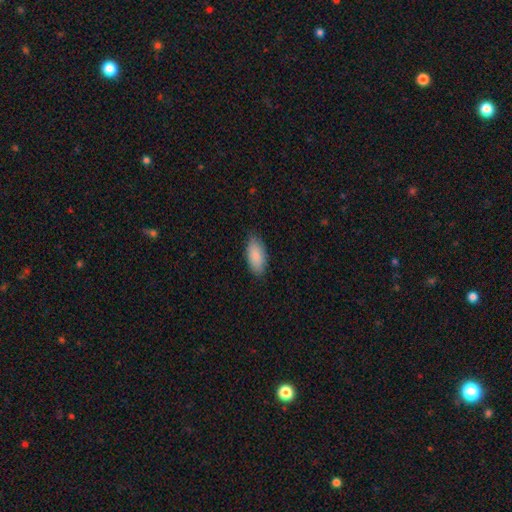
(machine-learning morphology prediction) smooth_or_featured: smooth (p=0.86) [alt: featured or disk p=0.08]
how_rounded: in between (p=0.91) [alt: cigar-shaped p=0.07]
merging: none (p=0.82) [alt: minor disturbance p=0.15]